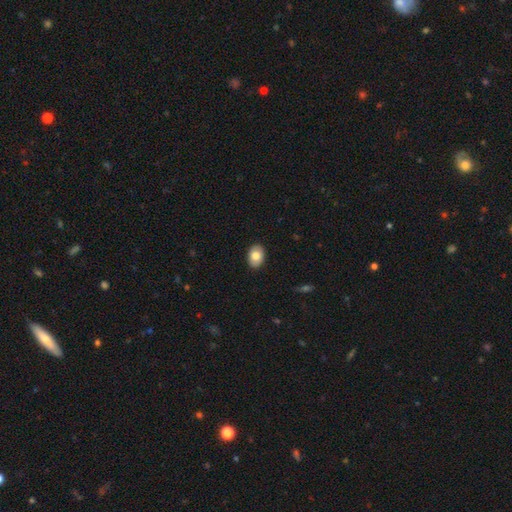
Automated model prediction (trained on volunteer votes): smooth 81%, featured or disk 12%, star or artifact 7%. Down the decision tree: how rounded — in between (82%); merging — none (90%).